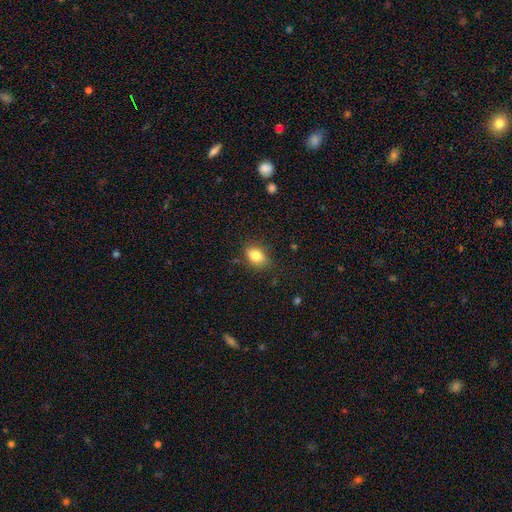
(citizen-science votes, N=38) smooth_or_featured: smooth (p=0.82) [alt: star or artifact p=0.11]
how_rounded: in between (p=0.71) [alt: round p=0.29]
merging: none (p=0.65) [alt: minor disturbance p=0.21]